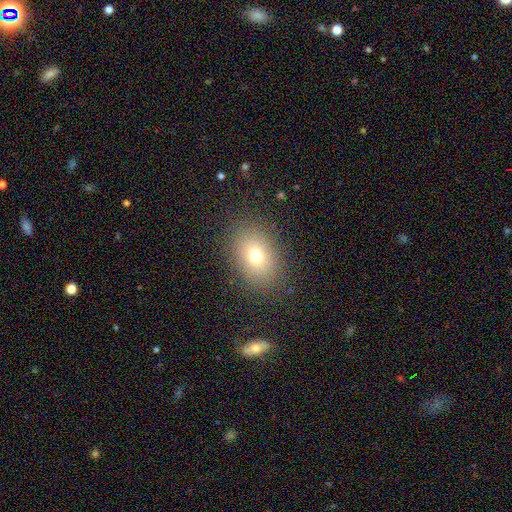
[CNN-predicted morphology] A smooth galaxy with no disk features (72%) that is in between round and cigar-shaped (68%).

Vote fractions:
- Smooth or featured? smooth: 72% / star or artifact: 15% / featured or disk: 14%
- How rounded? in between: 68% / round: 31% / cigar-shaped: 1%
- Merging? none: 85% / minor disturbance: 9% / major disturbance: 4% / merger: 1%